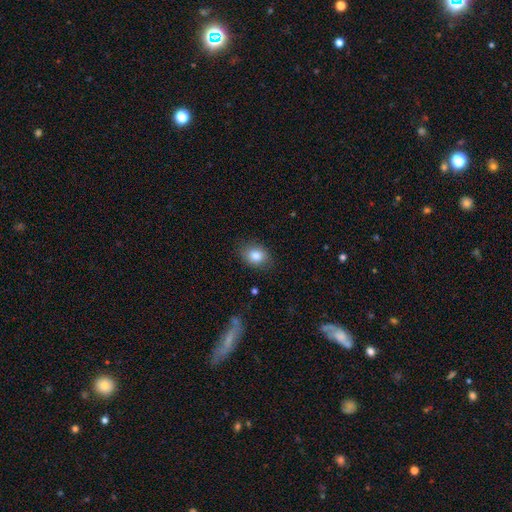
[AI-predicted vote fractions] A smooth galaxy with no disk features (83%) that is in between round and cigar-shaped (59%).

Vote fractions:
- Smooth or featured? smooth: 83% / star or artifact: 9% / featured or disk: 8%
- How rounded? in between: 59% / round: 40% / cigar-shaped: 1%
- Merging? none: 83% / minor disturbance: 12% / major disturbance: 3% / merger: 1%